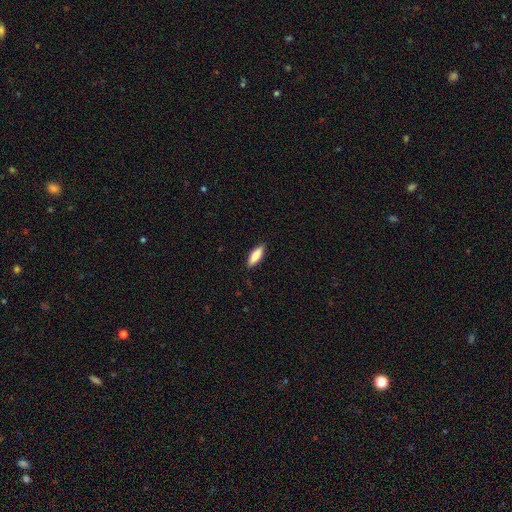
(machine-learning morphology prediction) A smooth galaxy with no disk features (81%) that is in between round and cigar-shaped (65%).

Vote fractions:
- Smooth or featured? smooth: 81% / featured or disk: 13% / star or artifact: 6%
- How rounded? in between: 65% / cigar-shaped: 33% / round: 2%
- Merging? none: 88% / minor disturbance: 9% / major disturbance: 2% / merger: 1%